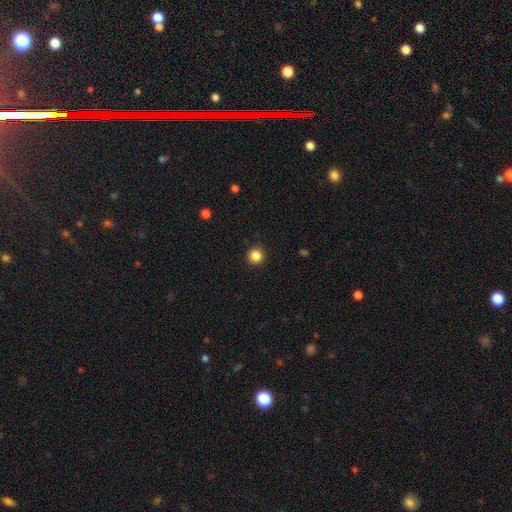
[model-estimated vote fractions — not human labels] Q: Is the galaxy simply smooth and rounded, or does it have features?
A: smooth — 86%.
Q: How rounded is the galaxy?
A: round — 95%.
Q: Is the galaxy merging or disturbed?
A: none — 93%.